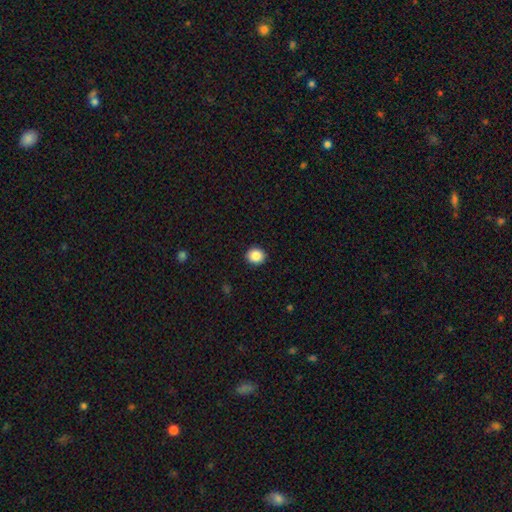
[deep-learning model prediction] Smooth or featured: smooth — 88% (star or artifact — 9%)
How rounded: round — 88% (in between — 11%)
Merging: none — 92% (minor disturbance — 5%)